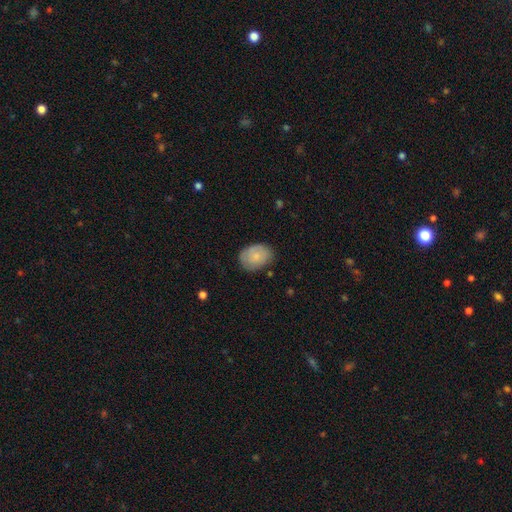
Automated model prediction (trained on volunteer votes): A smooth galaxy with no disk features (75%) that is in between round and cigar-shaped (71%).

Vote fractions:
- Smooth or featured? smooth: 75% / featured or disk: 18% / star or artifact: 7%
- How rounded? in between: 71% / round: 28% / cigar-shaped: 1%
- Merging? none: 75% / minor disturbance: 19% / major disturbance: 4% / merger: 2%